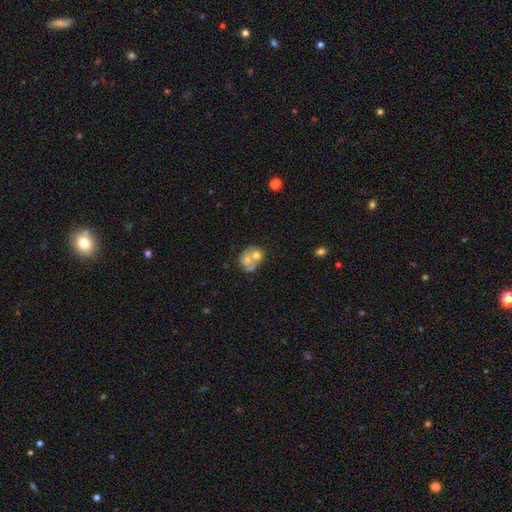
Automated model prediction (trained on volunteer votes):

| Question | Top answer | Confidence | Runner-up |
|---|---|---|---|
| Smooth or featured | smooth | 54% | featured or disk (37%) |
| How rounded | round | 58% | in between (41%) |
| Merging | merger | 53% | none (28%) |